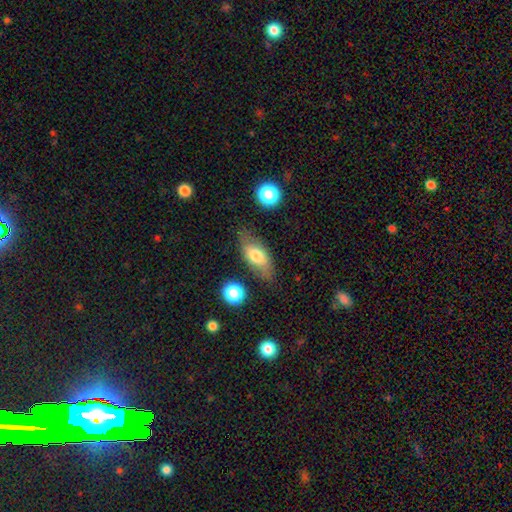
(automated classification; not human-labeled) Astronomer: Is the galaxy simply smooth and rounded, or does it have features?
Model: smooth — 67%.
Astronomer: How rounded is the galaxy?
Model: in between — 80%.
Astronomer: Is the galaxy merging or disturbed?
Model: none — 72%.